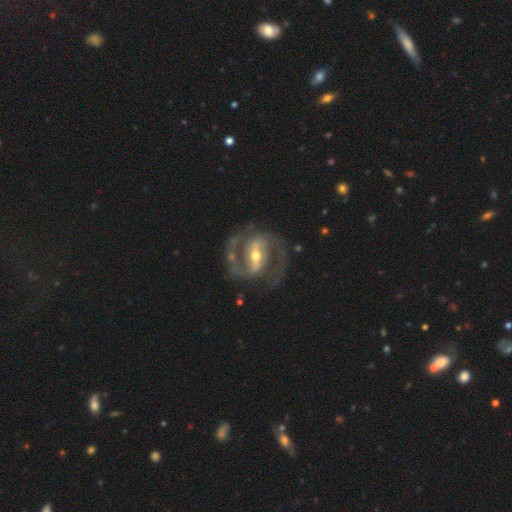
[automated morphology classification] featured or disk 92%, star or artifact 4%, smooth 4%. Down the decision tree: edge-on disk — no (97%); bar — strong (58%); spiral arms — yes (97%); spiral arm count — 2 (93%); spiral winding — medium (62%); bulge size — moderate (61%); merging — none (78%).